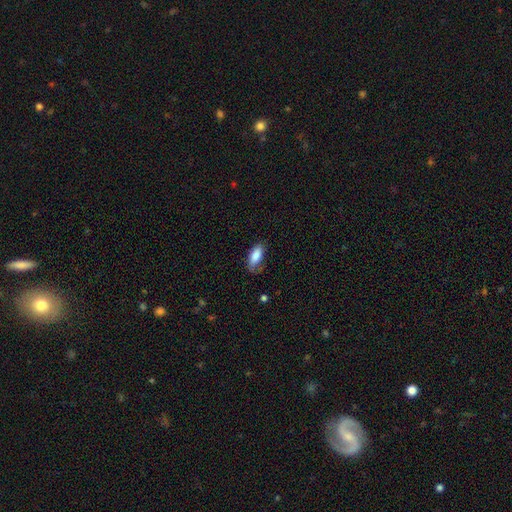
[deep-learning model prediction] Q: Smooth or featured?
A: smooth (84%); runner-up: featured or disk (9%)
Q: How rounded?
A: in between (87%); runner-up: cigar-shaped (10%)
Q: Merging?
A: none (59%); runner-up: minor disturbance (29%)